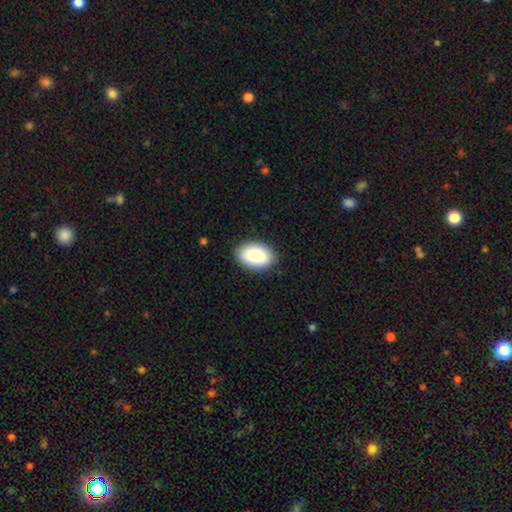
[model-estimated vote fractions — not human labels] Smooth or featured: smooth — 86% (featured or disk — 7%)
How rounded: in between — 91% (round — 8%)
Merging: none — 88% (minor disturbance — 9%)